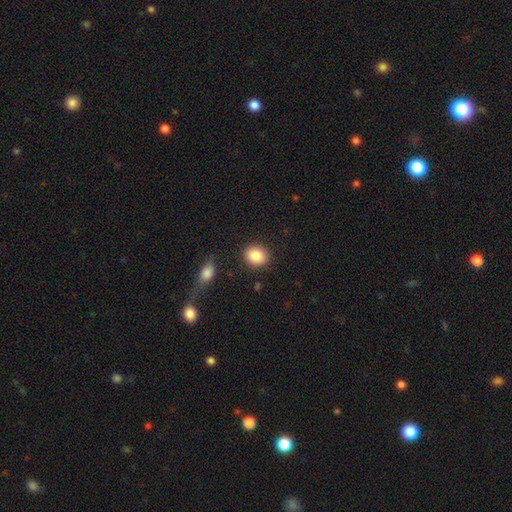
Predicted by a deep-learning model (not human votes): Q: Smooth or featured?
A: smooth (85%); runner-up: star or artifact (8%)
Q: How rounded?
A: round (61%); runner-up: in between (38%)
Q: Merging?
A: none (86%); runner-up: minor disturbance (8%)